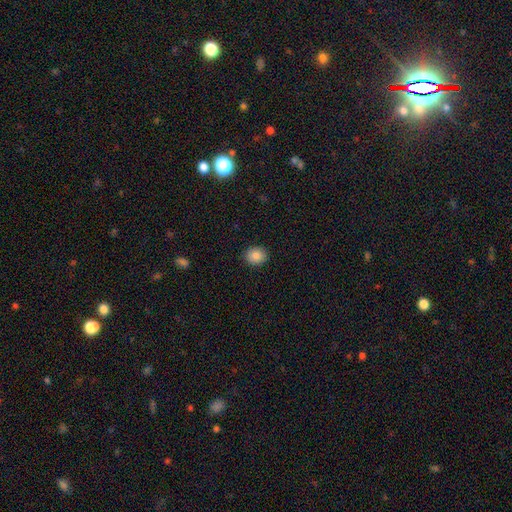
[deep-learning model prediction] Smooth or featured?
  - smooth: 86% *
  - star or artifact: 9%
  - featured or disk: 5%
How rounded?
  - round: 61% *
  - in between: 38%
  - cigar-shaped: 1%
Merging?
  - none: 90% *
  - minor disturbance: 7%
  - major disturbance: 2%
  - merger: 1%